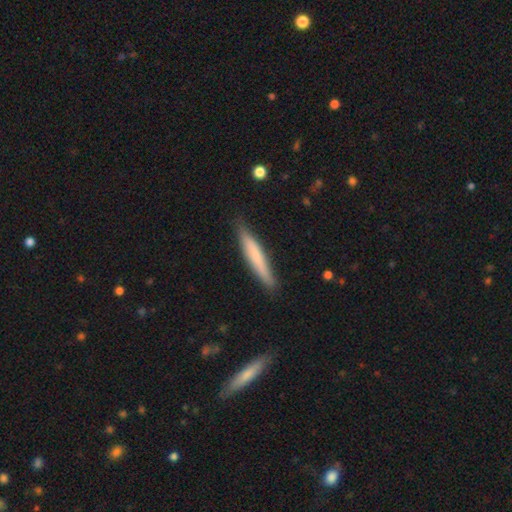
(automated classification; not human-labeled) This appears to be a smooth galaxy with no disk features (66%) that is cigar-shaped (93%). Merging: none (85%).